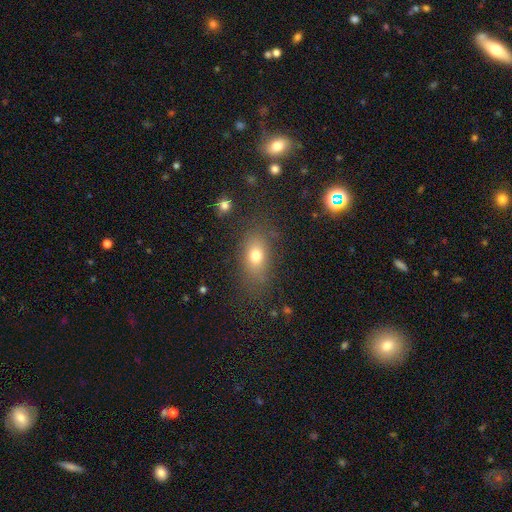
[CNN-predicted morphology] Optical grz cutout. It shows a smooth galaxy with no disk features (75%) that is in between round and cigar-shaped (79%). Merging: none (76%).